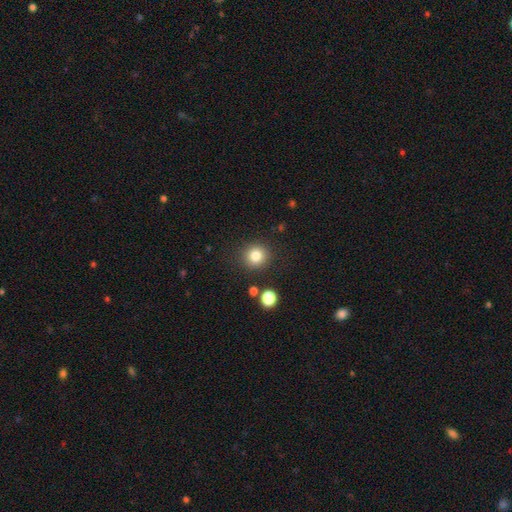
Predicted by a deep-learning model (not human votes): This appears to be a smooth galaxy with no disk features (82%) that is round (90%). Merging: none (87%).